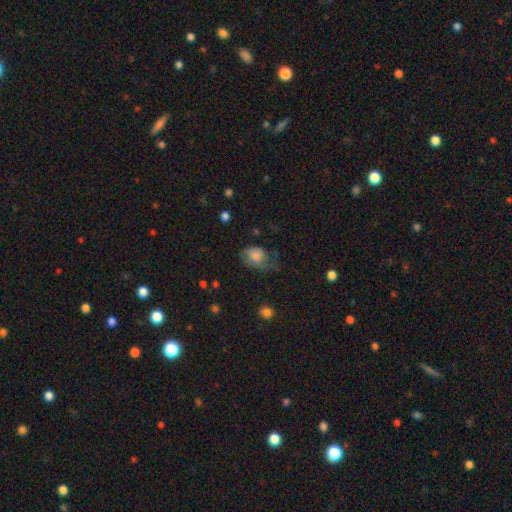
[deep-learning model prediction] Smooth or featured?
  - smooth: 69% *
  - featured or disk: 23%
  - star or artifact: 9%
How rounded?
  - in between: 67% *
  - round: 32%
  - cigar-shaped: 1%
Merging?
  - none: 37% *
  - minor disturbance: 31%
  - major disturbance: 30%
  - merger: 2%